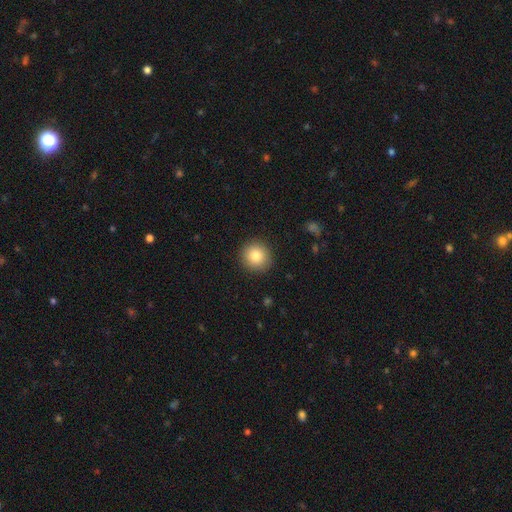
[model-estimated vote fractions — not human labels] smooth-or-featured: smooth: 82% | star or artifact: 10% | featured or disk: 8%
  how-rounded: round: 94% | in between: 5% | cigar-shaped: 1%
  merging: none: 91% | minor disturbance: 6% | major disturbance: 2% | merger: 1%